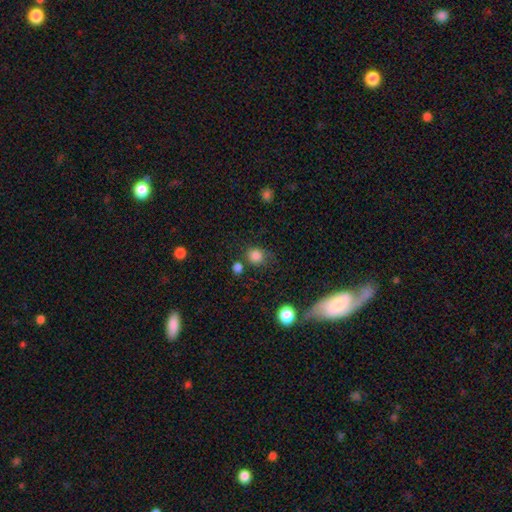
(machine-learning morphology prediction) The model was most divided on "merging": none: 69%, minor disturbance: 16%, merger: 9%, major disturbance: 6%. More confident: smooth or featured — smooth (83%); how rounded — round (83%).